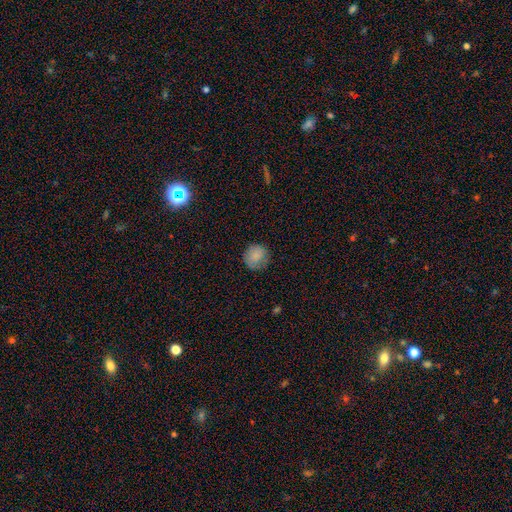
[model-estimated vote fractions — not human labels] smooth-or-featured: smooth: 83% | star or artifact: 9% | featured or disk: 8%
  how-rounded: round: 91% | in between: 8% | cigar-shaped: 1%
  merging: none: 77% | minor disturbance: 17% | major disturbance: 4% | merger: 1%